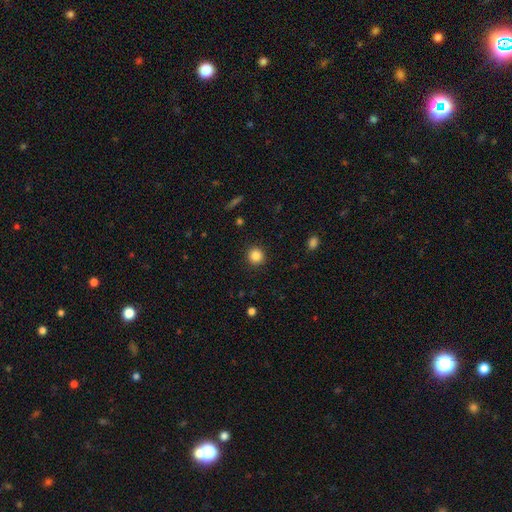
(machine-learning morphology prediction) A smooth galaxy with no disk features (85%) that is round (94%).

Vote fractions:
- Smooth or featured? smooth: 85% / star or artifact: 11% / featured or disk: 4%
- How rounded? round: 94% / in between: 5% / cigar-shaped: 1%
- Merging? none: 92% / minor disturbance: 5% / major disturbance: 2% / merger: 1%